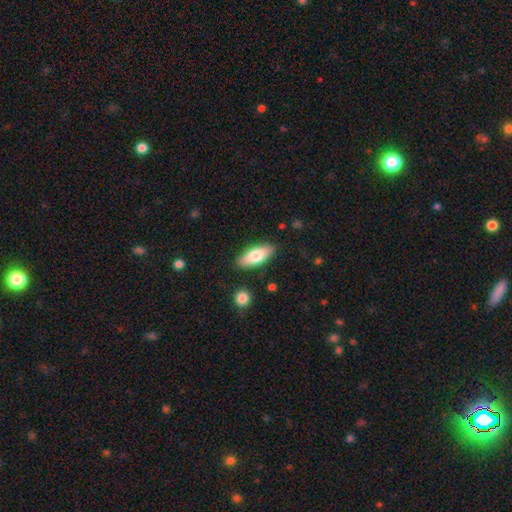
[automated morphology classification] type=smooth (75%); roundness=in between (77%); merging=none (86%).